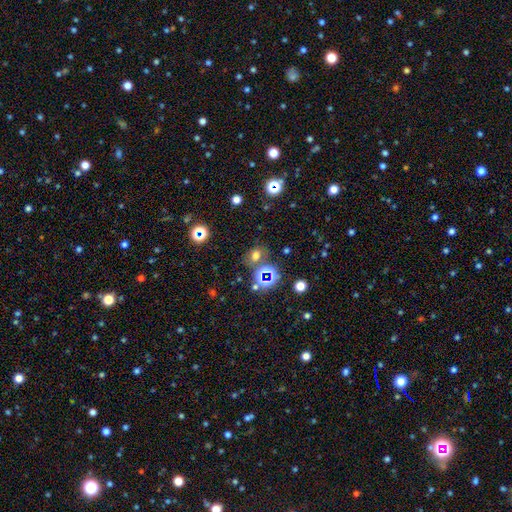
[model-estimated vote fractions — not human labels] Q: Smooth or featured?
A: smooth (56%); runner-up: star or artifact (34%)
Q: How rounded?
A: round (49%); tied with: in between (49%)
Q: Merging?
A: none (68%); runner-up: merger (14%)